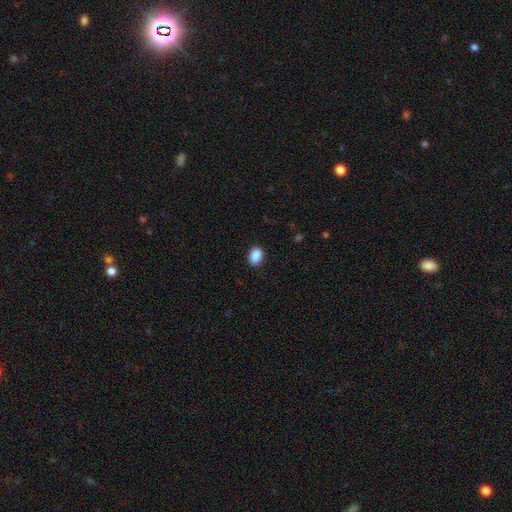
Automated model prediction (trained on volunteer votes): smooth-or-featured: smooth: 90% | star or artifact: 8% | featured or disk: 3%
  how-rounded: in between: 78% | round: 20% | cigar-shaped: 1%
  merging: none: 89% | minor disturbance: 8% | major disturbance: 2% | merger: 1%